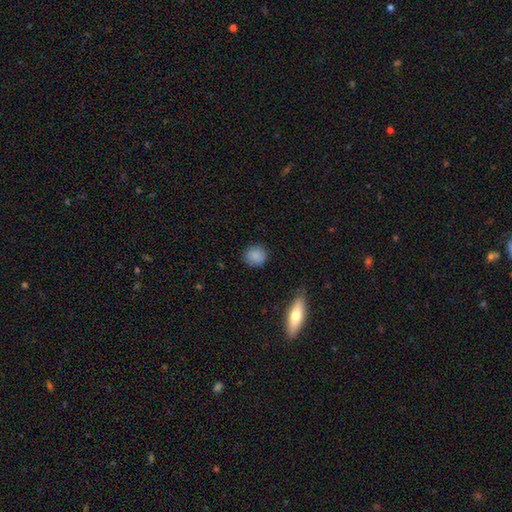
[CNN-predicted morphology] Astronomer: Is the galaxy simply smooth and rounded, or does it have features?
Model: smooth — 87%.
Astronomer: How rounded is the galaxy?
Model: round — 84%.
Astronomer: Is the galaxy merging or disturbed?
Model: none — 85%.